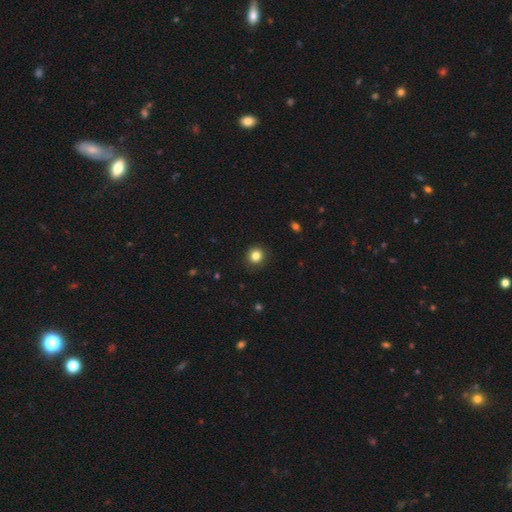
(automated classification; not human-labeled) This is clearly a smooth galaxy (83%). How rounded: clearly round (90%). Merging: clearly none (90%).